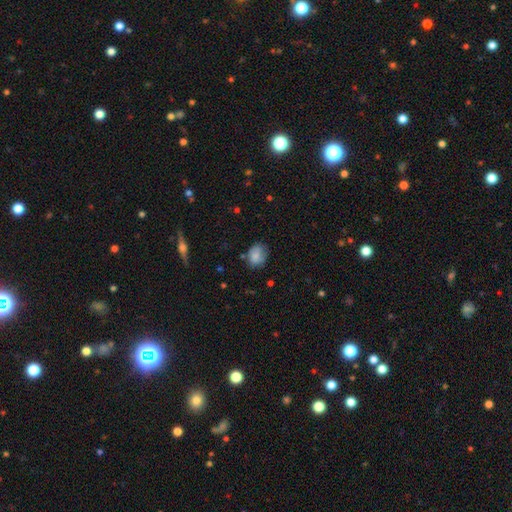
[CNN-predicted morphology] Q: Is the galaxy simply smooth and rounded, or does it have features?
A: smooth — 76%.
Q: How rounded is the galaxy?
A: in between — 55%.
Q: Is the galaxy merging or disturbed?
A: none — 64%.